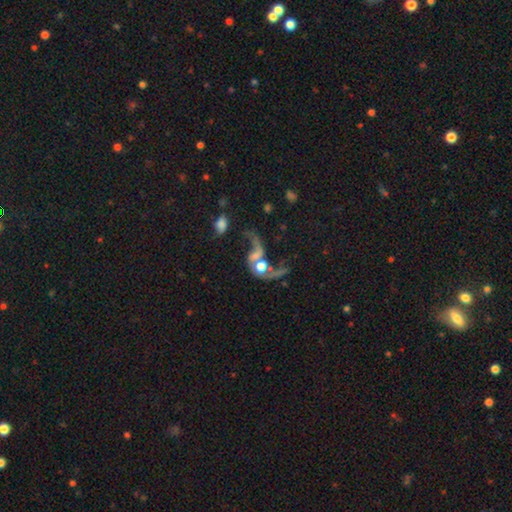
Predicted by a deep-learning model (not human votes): Smooth or featured?
  - featured or disk: 64% *
  - smooth: 22%
  - star or artifact: 14%
Edge-on disk?
  - no: 96% *
  - yes: 4%
Bar?
  - no: 67% *
  - weak: 24%
  - strong: 9%
Spiral arms?
  - yes: 76% *
  - no: 24%
Bulge size?
  - moderate: 39% *
  - large: 21%
  - small: 20%
  - none: 15%
  - dominant: 6%
Merging?
  - merger: 43% *
  - major disturbance: 28%
  - none: 21%
  - minor disturbance: 9%